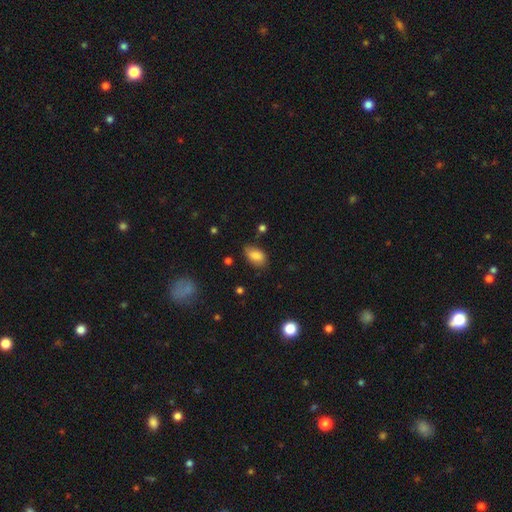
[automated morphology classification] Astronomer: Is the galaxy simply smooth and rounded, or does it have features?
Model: smooth — 81%.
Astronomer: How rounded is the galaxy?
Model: in between — 91%.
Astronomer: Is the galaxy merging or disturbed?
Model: none — 64%.